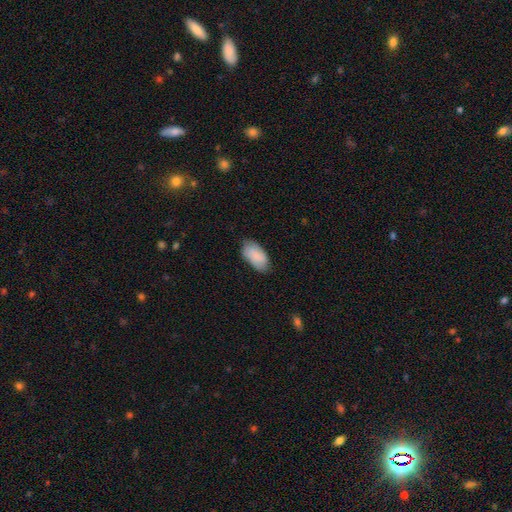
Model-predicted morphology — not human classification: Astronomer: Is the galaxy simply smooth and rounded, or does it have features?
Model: smooth — 84%.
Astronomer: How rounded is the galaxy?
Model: in between — 95%.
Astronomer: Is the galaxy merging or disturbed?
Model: none — 72%.